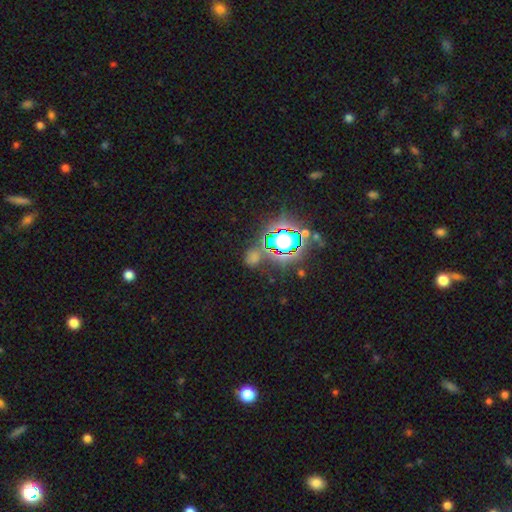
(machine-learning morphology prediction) This appears to be a star or artifact, not a galaxy (55%).